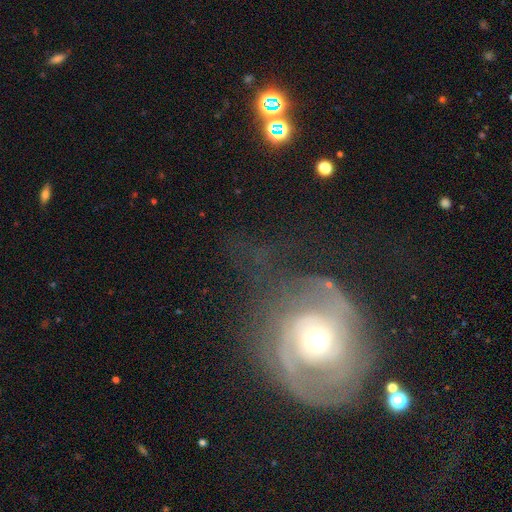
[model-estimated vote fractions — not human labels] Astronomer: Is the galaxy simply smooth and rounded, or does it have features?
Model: featured or disk — 79%.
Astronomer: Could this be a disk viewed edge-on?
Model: no — 97%.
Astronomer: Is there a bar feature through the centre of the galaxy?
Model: no — 71%.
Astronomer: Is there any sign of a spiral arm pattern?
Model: yes — 88%.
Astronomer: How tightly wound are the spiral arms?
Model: tight — 55% (runner-up: medium, 32%).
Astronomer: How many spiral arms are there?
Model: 2 — 51%.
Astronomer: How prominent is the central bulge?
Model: moderate — 61%.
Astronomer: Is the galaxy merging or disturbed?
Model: none — 52%.